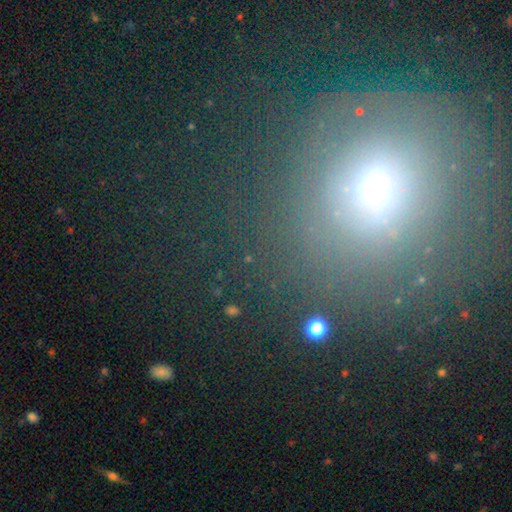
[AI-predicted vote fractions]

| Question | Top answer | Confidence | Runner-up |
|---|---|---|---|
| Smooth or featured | smooth | 43% | star or artifact (39%) |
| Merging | none | 76% | minor disturbance (11%) |